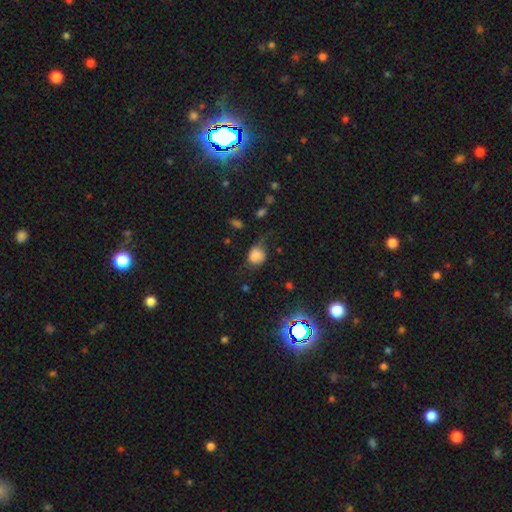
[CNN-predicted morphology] Smooth or featured? Predicted: smooth (p=0.76). How rounded? Predicted: round (p=0.58). Merging? Predicted: none (p=0.41).